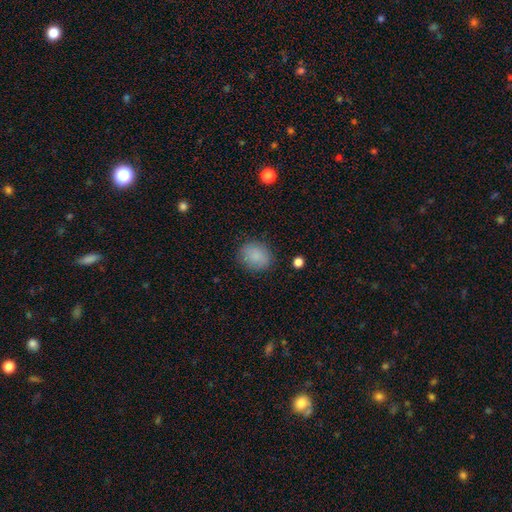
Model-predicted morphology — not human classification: smooth-or-featured: smooth: 86% | star or artifact: 8% | featured or disk: 6%
  how-rounded: round: 63% | in between: 36% | cigar-shaped: 1%
  merging: none: 84% | minor disturbance: 11% | major disturbance: 3% | merger: 1%